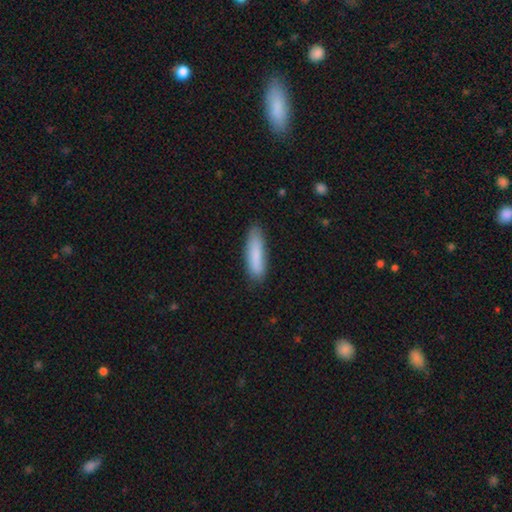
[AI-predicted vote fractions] Smooth or featured? smooth (84%)
How rounded? cigar-shaped (70%)
Merging? none (80%)